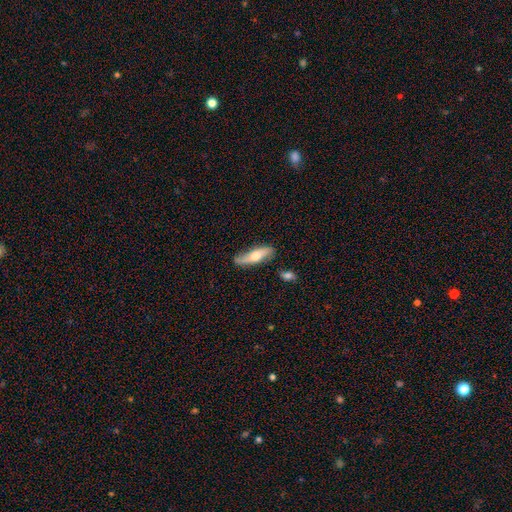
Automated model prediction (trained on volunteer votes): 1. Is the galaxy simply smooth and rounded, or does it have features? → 53% smooth, 41% featured or disk, 6% star or artifact.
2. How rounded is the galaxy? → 56% cigar-shaped, 41% in between, 3% round.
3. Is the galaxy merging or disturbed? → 70% none, 21% minor disturbance, 5% major disturbance, 4% merger.